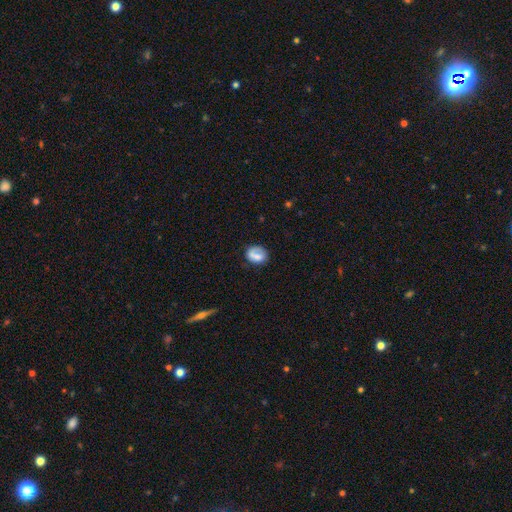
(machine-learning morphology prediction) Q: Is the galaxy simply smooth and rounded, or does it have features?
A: smooth — 70%.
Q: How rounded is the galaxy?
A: round — 52%.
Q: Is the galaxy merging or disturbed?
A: none — 58%.